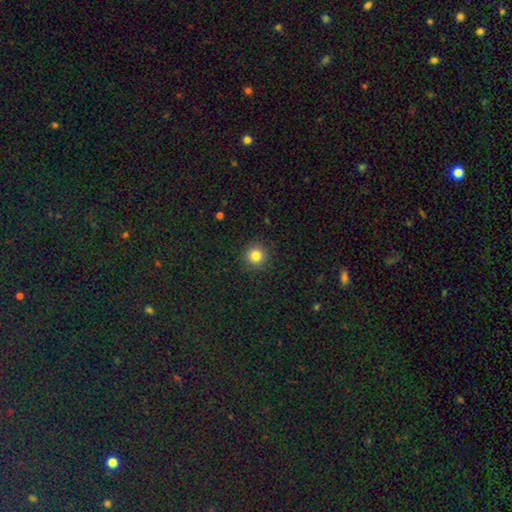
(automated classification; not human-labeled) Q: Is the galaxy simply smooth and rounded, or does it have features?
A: smooth — 83%.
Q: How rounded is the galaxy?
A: round — 94%.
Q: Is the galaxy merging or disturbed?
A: none — 91%.